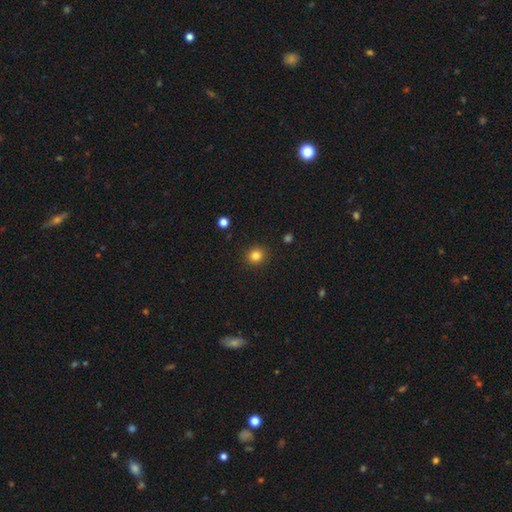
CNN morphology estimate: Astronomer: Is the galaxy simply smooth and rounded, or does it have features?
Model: smooth — 83%.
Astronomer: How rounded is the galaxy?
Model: round — 88%.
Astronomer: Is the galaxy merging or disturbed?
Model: none — 91%.